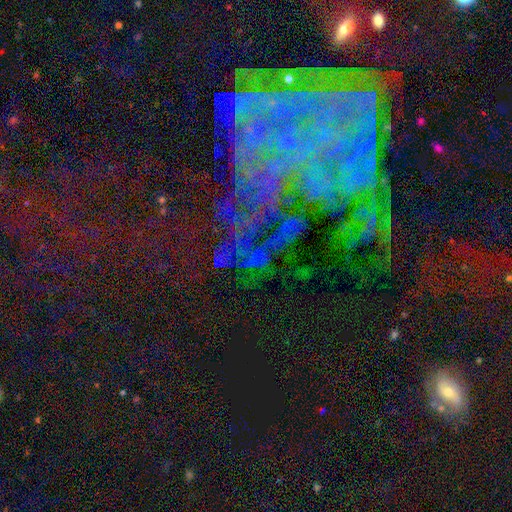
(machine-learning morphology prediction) type=star or artifact (53%).